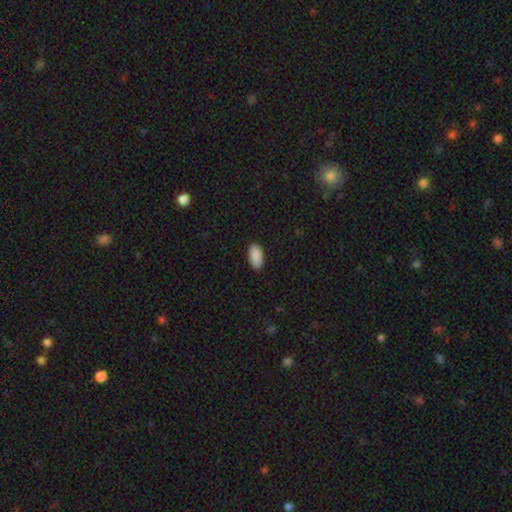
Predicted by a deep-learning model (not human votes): smooth_or_featured: smooth (p=0.91) [alt: star or artifact p=0.06]
how_rounded: in between (p=0.94) [alt: cigar-shaped p=0.04]
merging: none (p=0.90) [alt: minor disturbance p=0.07]